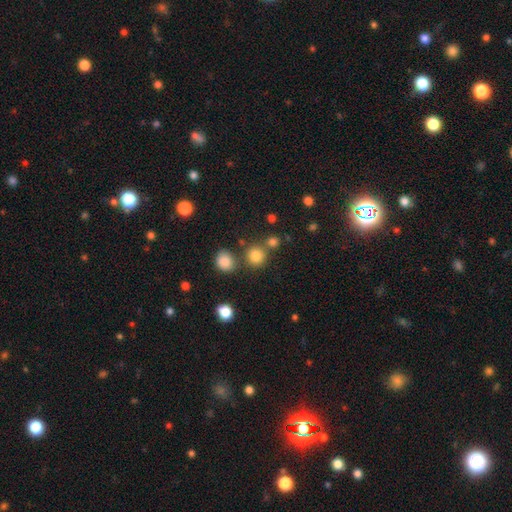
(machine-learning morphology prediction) Q: Smooth or featured?
A: smooth (80%); runner-up: star or artifact (14%)
Q: How rounded?
A: round (89%); runner-up: in between (10%)
Q: Merging?
A: none (71%); runner-up: merger (18%)